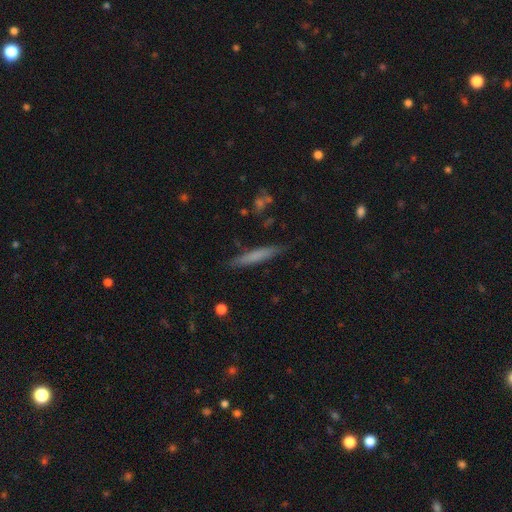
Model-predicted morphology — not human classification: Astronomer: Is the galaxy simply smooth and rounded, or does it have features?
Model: smooth — 68%.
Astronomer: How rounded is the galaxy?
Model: cigar-shaped — 94%.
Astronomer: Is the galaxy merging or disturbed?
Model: none — 86%.